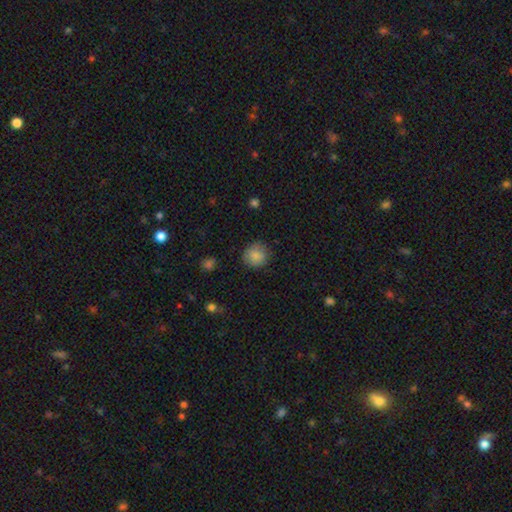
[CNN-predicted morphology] smooth 86%, star or artifact 8%, featured or disk 5%. Down the decision tree: how rounded — round (90%); merging — none (85%).